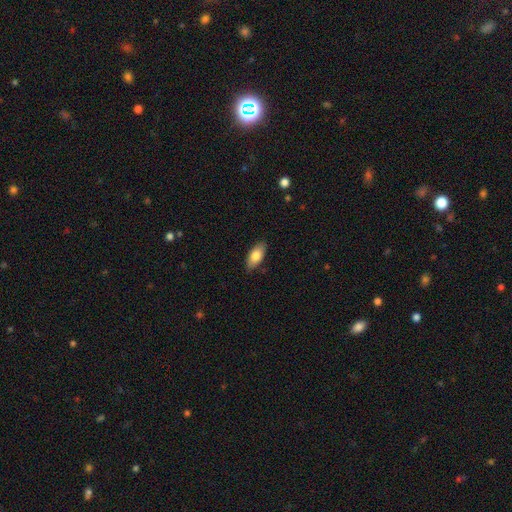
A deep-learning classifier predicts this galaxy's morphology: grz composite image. It shows a smooth galaxy with no disk features (79%) that is in between round and cigar-shaped (91%). Merging: none (86%).